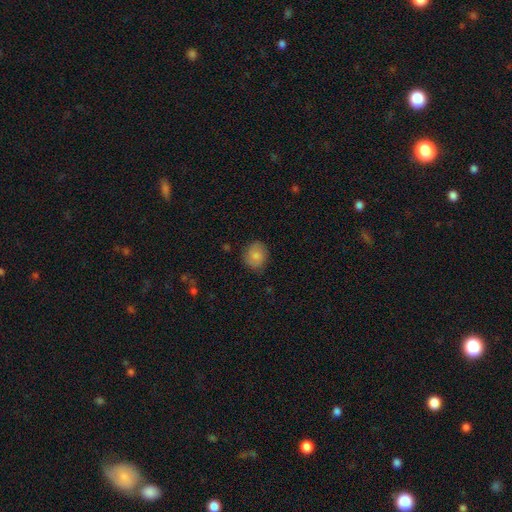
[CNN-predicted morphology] smooth_or_featured: smooth (p=0.78) [alt: featured or disk p=0.14]
how_rounded: round (p=0.70) [alt: in between p=0.29]
merging: none (p=0.79) [alt: minor disturbance p=0.16]